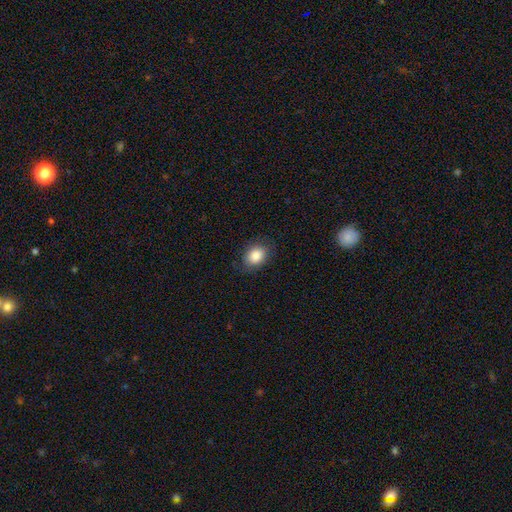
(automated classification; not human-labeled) A smooth galaxy with no disk features (85%) that is in between round and cigar-shaped (61%).

Vote fractions:
- Smooth or featured? smooth: 85% / star or artifact: 8% / featured or disk: 7%
- How rounded? in between: 61% / round: 38% / cigar-shaped: 1%
- Merging? none: 83% / minor disturbance: 13% / major disturbance: 4% / merger: 1%